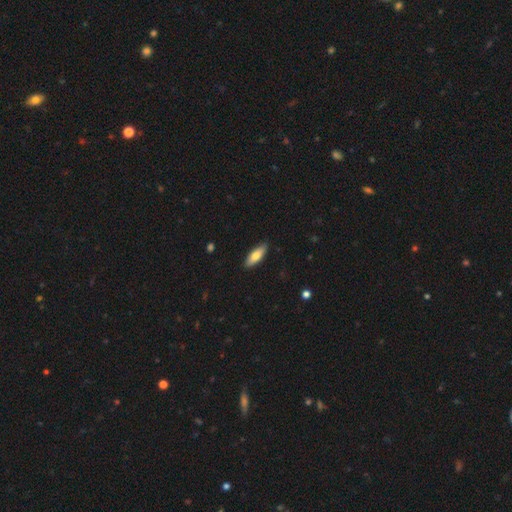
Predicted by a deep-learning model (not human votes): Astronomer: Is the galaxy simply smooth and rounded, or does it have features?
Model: smooth — 73%.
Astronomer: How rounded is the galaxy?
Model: in between — 58% (runner-up: cigar-shaped, 40%).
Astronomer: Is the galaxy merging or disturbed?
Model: none — 89%.